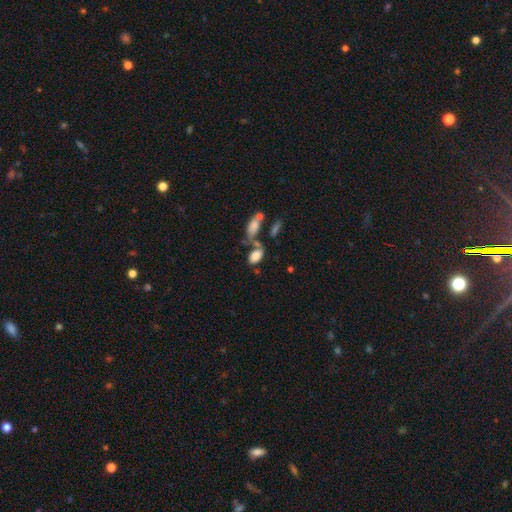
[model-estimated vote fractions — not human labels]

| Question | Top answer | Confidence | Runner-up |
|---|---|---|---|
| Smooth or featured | smooth | 80% | featured or disk (11%) |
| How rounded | in between | 91% | round (6%) |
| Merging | none | 42% | merger (35%) |